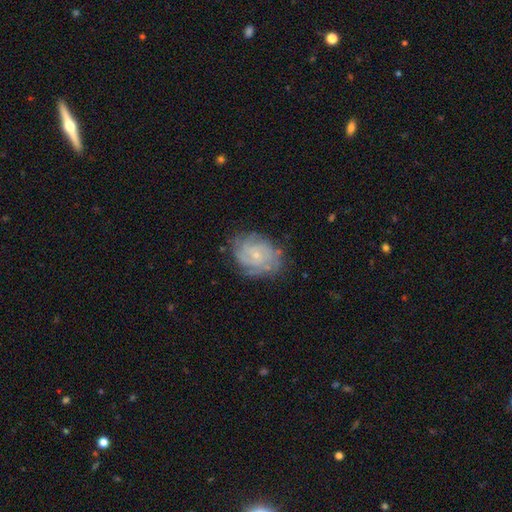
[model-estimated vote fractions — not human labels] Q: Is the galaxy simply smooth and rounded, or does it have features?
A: featured or disk — 78%.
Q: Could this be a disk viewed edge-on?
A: no — 97%.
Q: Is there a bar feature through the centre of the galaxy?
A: no — 72%.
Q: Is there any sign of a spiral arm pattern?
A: yes — 95%.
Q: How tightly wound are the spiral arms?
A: tight — 70%.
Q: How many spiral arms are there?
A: can't tell — 35%.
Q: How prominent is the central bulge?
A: small — 78%.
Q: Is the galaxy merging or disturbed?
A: none — 77%.